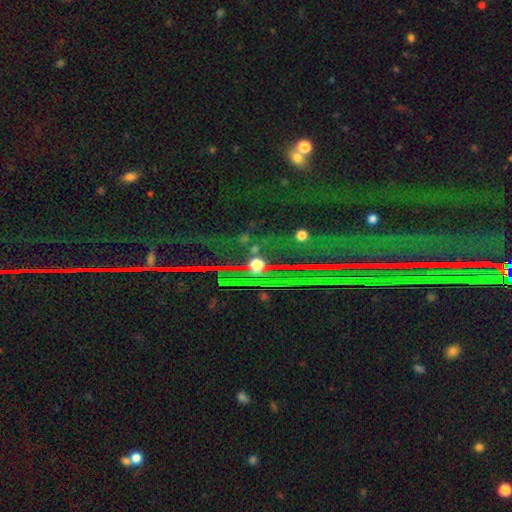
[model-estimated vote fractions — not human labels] Q: Smooth or featured?
A: star or artifact (83%); runner-up: featured or disk (10%)